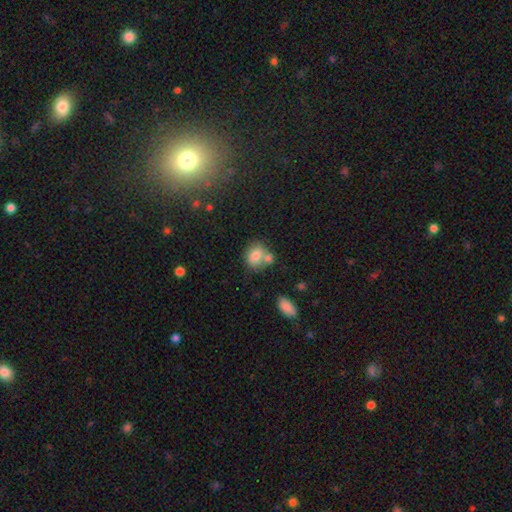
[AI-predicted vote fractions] Smooth or featured?
  - smooth: 80% *
  - featured or disk: 11%
  - star or artifact: 9%
How rounded?
  - in between: 51% *
  - round: 48%
  - cigar-shaped: 1%
Merging?
  - none: 45% *
  - merger: 37%
  - minor disturbance: 13%
  - major disturbance: 4%